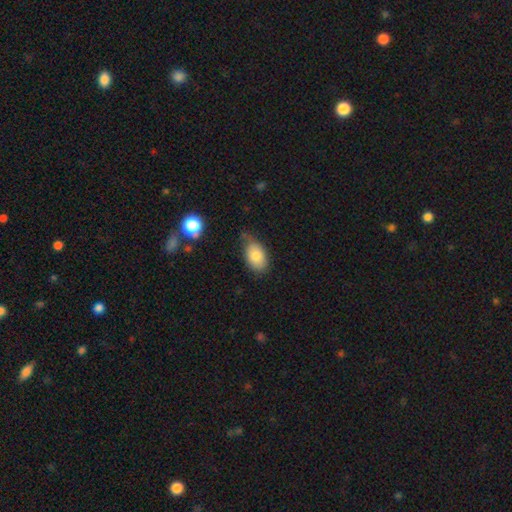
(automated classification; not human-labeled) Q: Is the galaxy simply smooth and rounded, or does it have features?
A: smooth — 80%.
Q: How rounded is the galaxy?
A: in between — 90%.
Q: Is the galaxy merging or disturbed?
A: none — 56%.